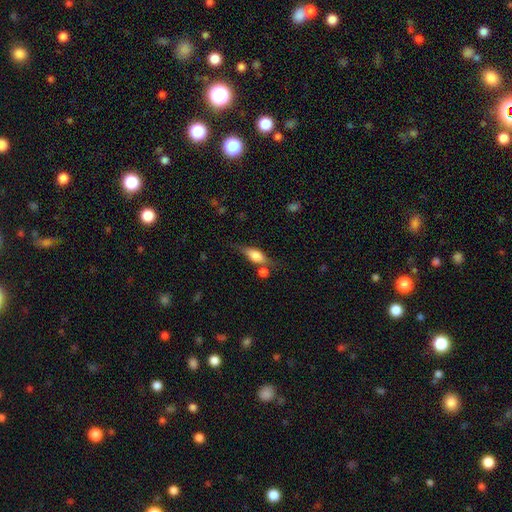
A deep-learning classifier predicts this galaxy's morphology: Overall: smooth (51%; featured or disk 41%). How rounded: in between (62%; cigar-shaped 32%). Merging: none (64%).